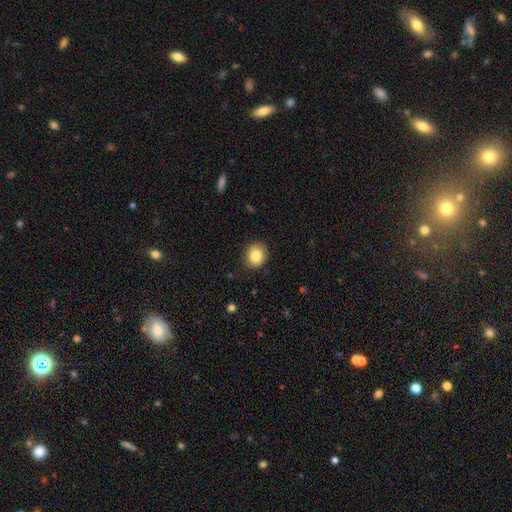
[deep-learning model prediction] A smooth galaxy with no disk features (85%) that is round (72%). Merging: none (85%).